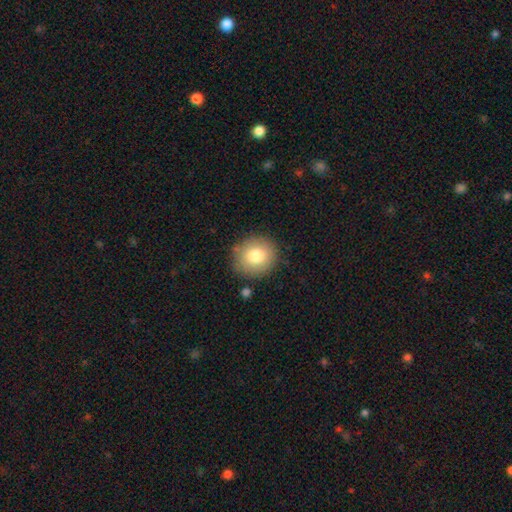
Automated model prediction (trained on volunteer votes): Q: Smooth or featured?
A: smooth (80%); runner-up: featured or disk (11%)
Q: How rounded?
A: round (88%); runner-up: in between (11%)
Q: Merging?
A: none (86%); runner-up: minor disturbance (9%)